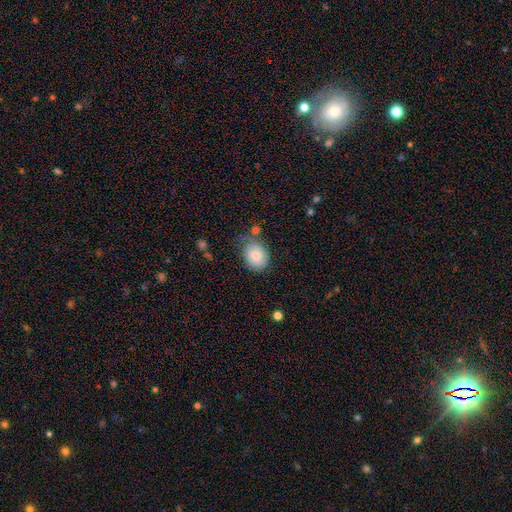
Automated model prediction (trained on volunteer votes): Smooth or featured?
  - smooth: 76% *
  - featured or disk: 17%
  - star or artifact: 7%
How rounded?
  - in between: 60% *
  - round: 39%
  - cigar-shaped: 1%
Merging?
  - none: 57% *
  - minor disturbance: 27%
  - major disturbance: 9%
  - merger: 7%